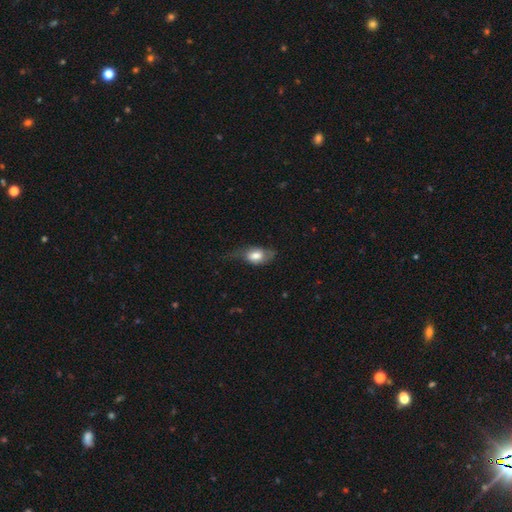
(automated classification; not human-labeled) Morphology: type=smooth (66%); roundness=in between (85%); merging=minor disturbance (35%).